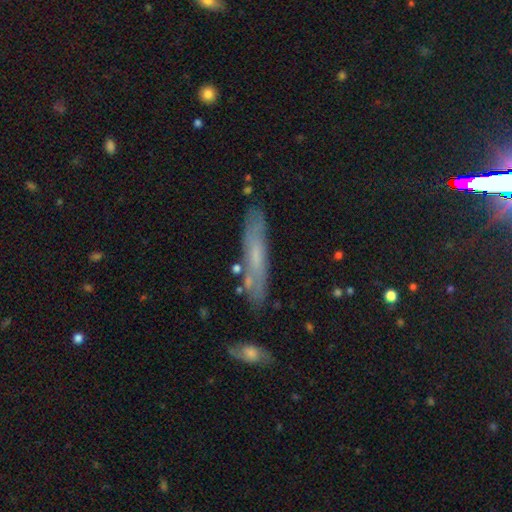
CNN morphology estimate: smooth_or_featured: smooth (p=0.49) [alt: featured or disk p=0.44]
merging: none (p=0.79) [alt: minor disturbance p=0.14]